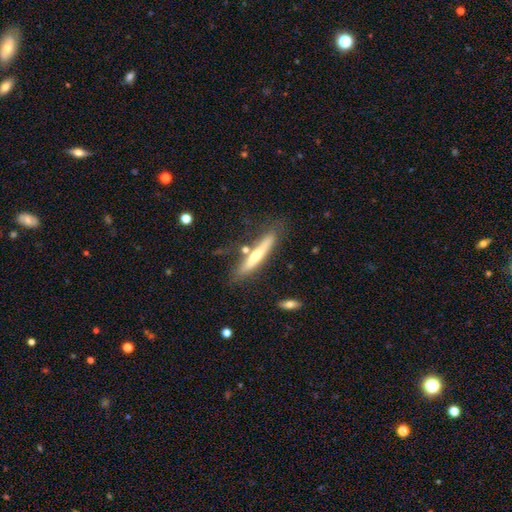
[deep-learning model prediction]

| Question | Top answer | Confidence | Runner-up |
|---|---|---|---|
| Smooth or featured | featured or disk | 52% | smooth (42%) |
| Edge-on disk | yes | 89% | no (11%) |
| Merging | none | 71% | minor disturbance (16%) |